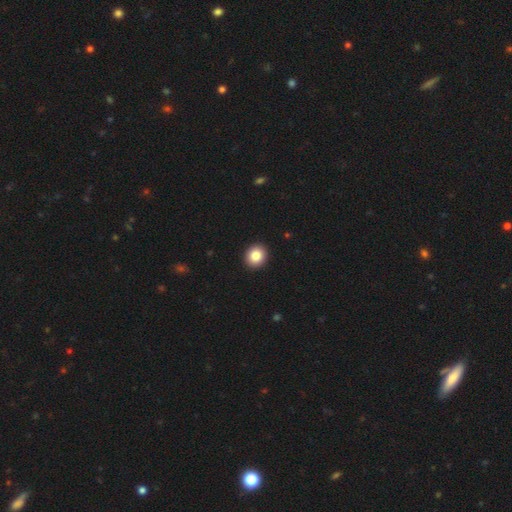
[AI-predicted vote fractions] smooth_or_featured: smooth (p=0.85) [alt: star or artifact p=0.09]
how_rounded: round (p=0.81) [alt: in between p=0.18]
merging: none (p=0.93) [alt: minor disturbance p=0.05]